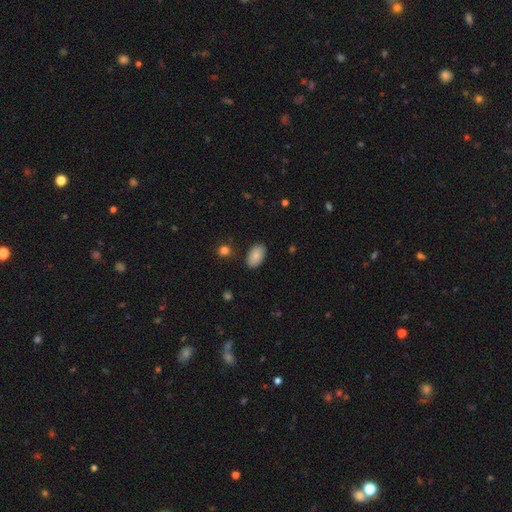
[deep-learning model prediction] Morphology: type=smooth (86%); roundness=in between (94%); merging=none (87%).